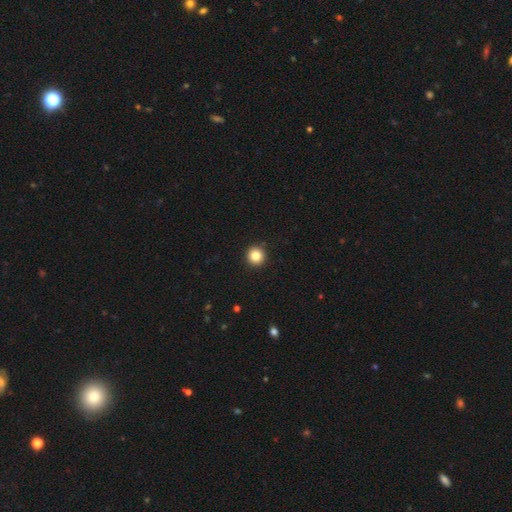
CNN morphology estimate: This appears to be a smooth galaxy with no disk features (84%) that is round (96%). Merging: none (93%).